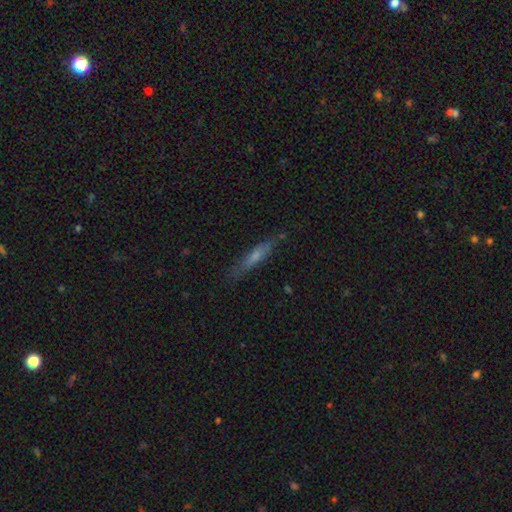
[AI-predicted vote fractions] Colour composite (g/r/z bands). It shows a smooth galaxy with no disk features (50%) that is cigar-shaped (89%). Merging: none (79%).